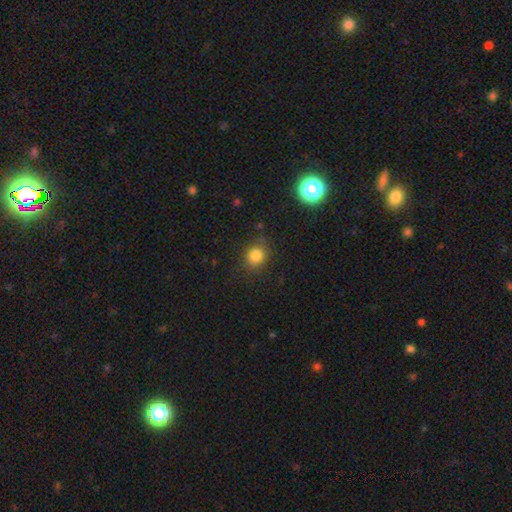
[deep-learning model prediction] smooth_or_featured: smooth (p=0.82) [alt: star or artifact p=0.12]
how_rounded: round (p=0.80) [alt: in between p=0.19]
merging: none (p=0.83) [alt: minor disturbance p=0.11]